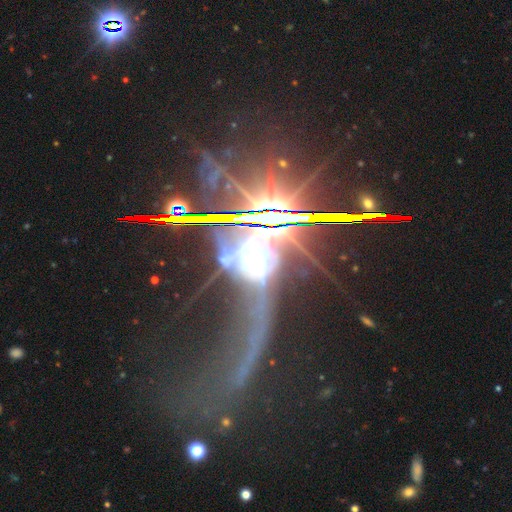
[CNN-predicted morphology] Smooth or featured? Predicted: featured or disk (p=0.46). Merging? Predicted: major disturbance (p=0.38).